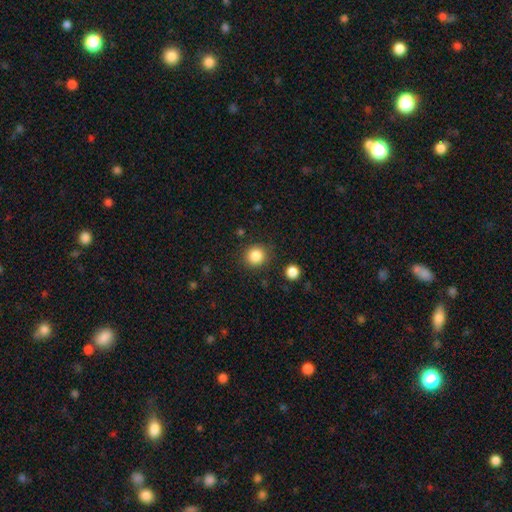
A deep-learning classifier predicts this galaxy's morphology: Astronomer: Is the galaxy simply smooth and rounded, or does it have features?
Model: smooth — 85%.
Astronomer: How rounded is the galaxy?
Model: round — 89%.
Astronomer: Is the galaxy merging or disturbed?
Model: none — 87%.